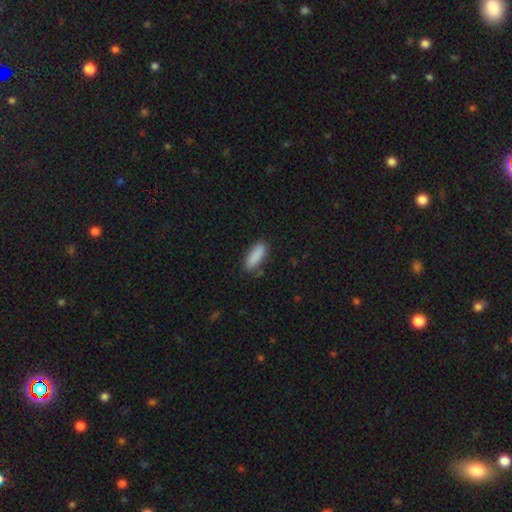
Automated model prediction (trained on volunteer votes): A smooth galaxy with no disk features (88%) that is in between round and cigar-shaped (63%). Merging: none (77%).